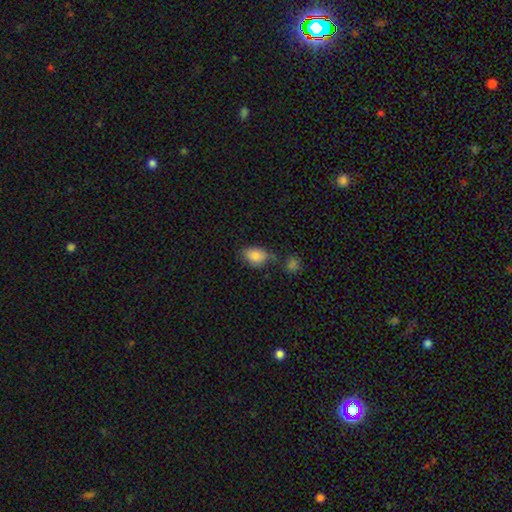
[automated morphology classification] Overall: smooth (84%). How rounded: in between (80%). Merging: none (55%; minor disturbance 26%).